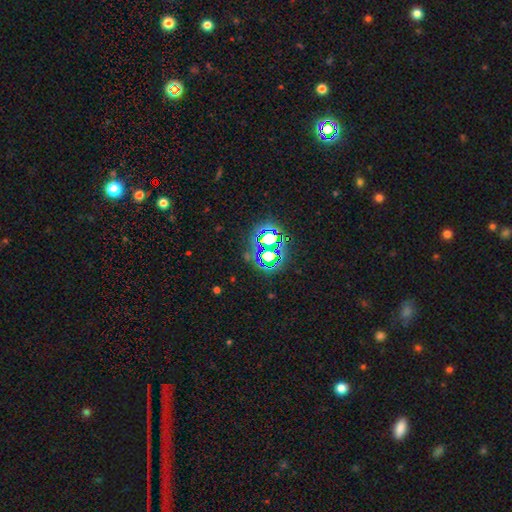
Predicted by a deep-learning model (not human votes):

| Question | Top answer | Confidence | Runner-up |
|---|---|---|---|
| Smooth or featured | star or artifact | 77% | smooth (15%) |